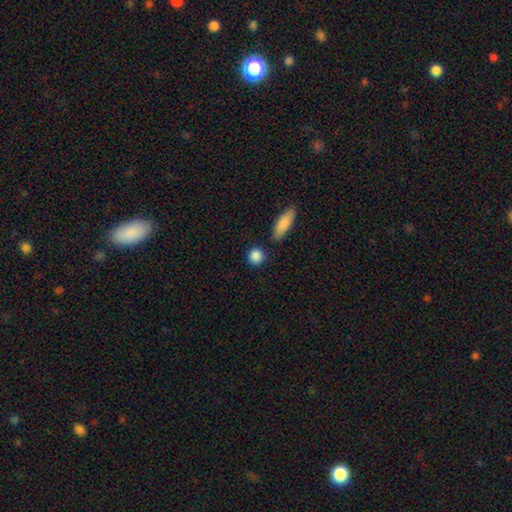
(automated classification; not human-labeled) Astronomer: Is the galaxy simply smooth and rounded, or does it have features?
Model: smooth — 88%.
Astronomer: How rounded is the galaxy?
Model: round — 87%.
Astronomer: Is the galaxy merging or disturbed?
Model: none — 83%.